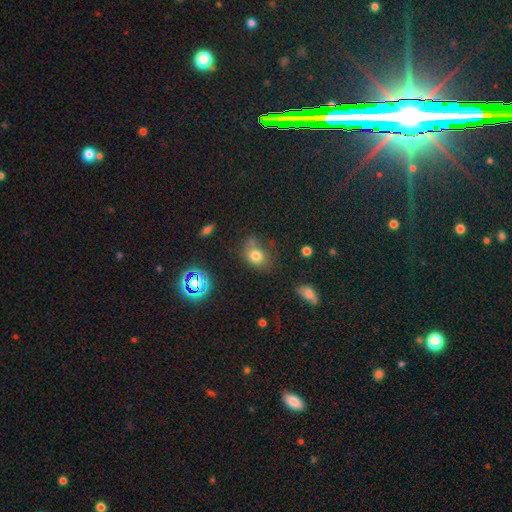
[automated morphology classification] The model was most divided on "how rounded": in between: 53%, round: 46%, cigar-shaped: 1%. More confident: smooth or featured — smooth (74%); merging — none (58%).